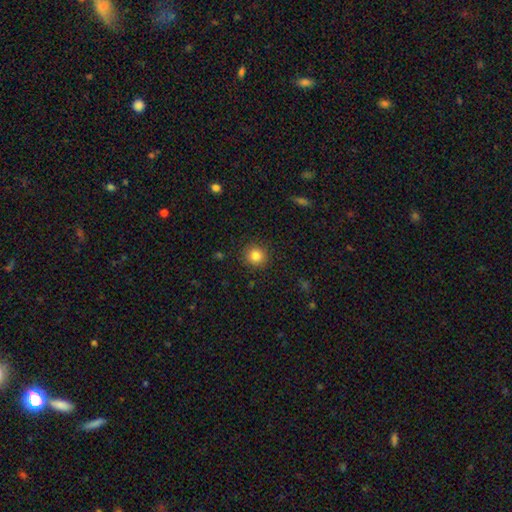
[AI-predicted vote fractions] Smooth or featured?
  - smooth: 83% *
  - star or artifact: 11%
  - featured or disk: 6%
How rounded?
  - round: 93% *
  - in between: 6%
  - cigar-shaped: 1%
Merging?
  - none: 91% *
  - minor disturbance: 6%
  - major disturbance: 2%
  - merger: 1%